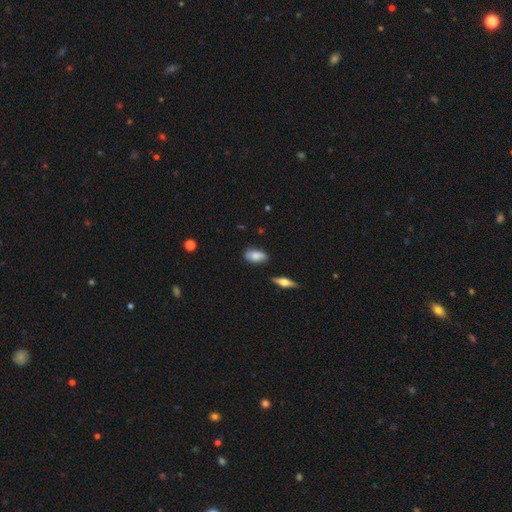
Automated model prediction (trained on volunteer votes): A smooth galaxy with no disk features (79%) that is in between round and cigar-shaped (91%).

Vote fractions:
- Smooth or featured? smooth: 79% / featured or disk: 15% / star or artifact: 7%
- How rounded? in between: 91% / cigar-shaped: 5% / round: 4%
- Merging? none: 80% / minor disturbance: 16% / major disturbance: 2% / merger: 2%